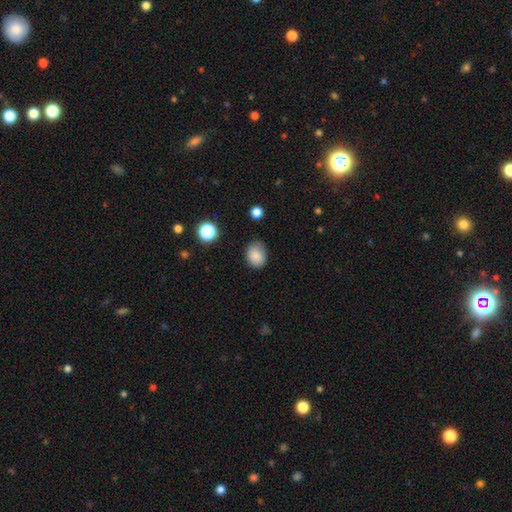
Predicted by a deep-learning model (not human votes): smooth-or-featured: smooth: 85% | star or artifact: 10% | featured or disk: 5%
  how-rounded: in between: 51% | round: 49% | cigar-shaped: 1%
  merging: none: 72% | minor disturbance: 22% | major disturbance: 4% | merger: 2%